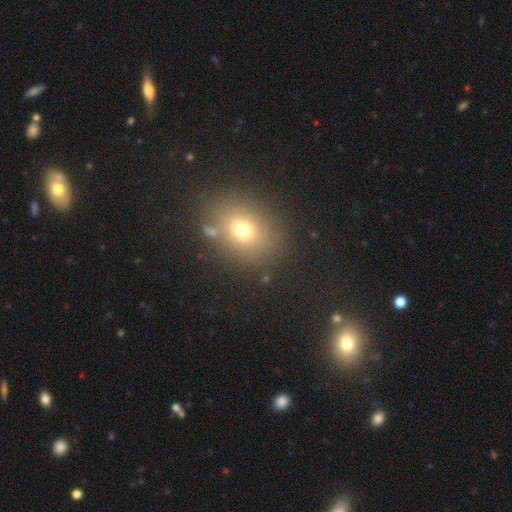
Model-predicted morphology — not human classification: A smooth galaxy with no disk features (64%) that is round (53%).

Vote fractions:
- Smooth or featured? smooth: 64% / star or artifact: 24% / featured or disk: 12%
- How rounded? round: 53% / in between: 46% / cigar-shaped: 1%
- Merging? none: 82% / minor disturbance: 8% / merger: 6% / major disturbance: 3%